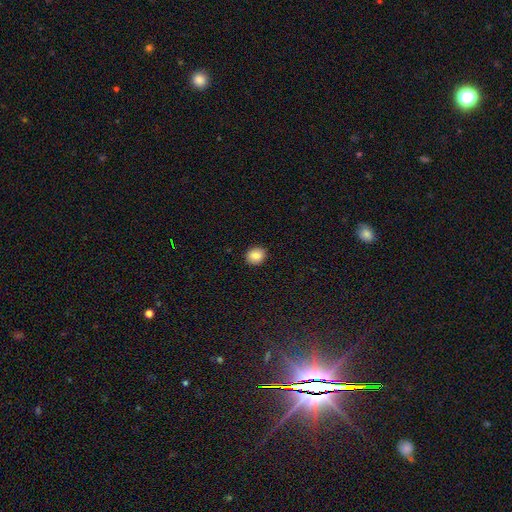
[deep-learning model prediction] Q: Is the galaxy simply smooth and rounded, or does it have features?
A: smooth — 85%.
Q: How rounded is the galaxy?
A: round — 63%.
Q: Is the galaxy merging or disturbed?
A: none — 90%.